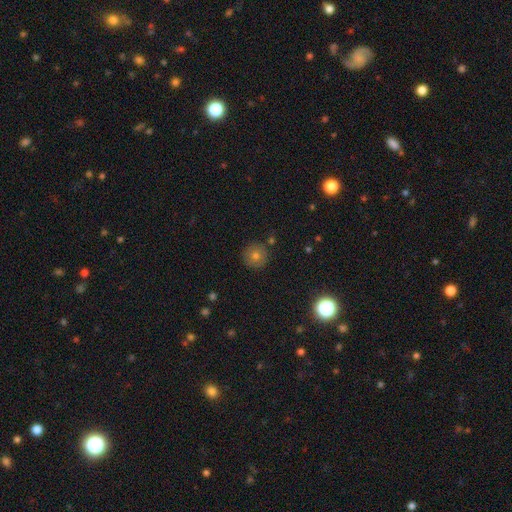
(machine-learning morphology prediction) A smooth galaxy with no disk features (71%) that is round (95%). Merging: none (87%).